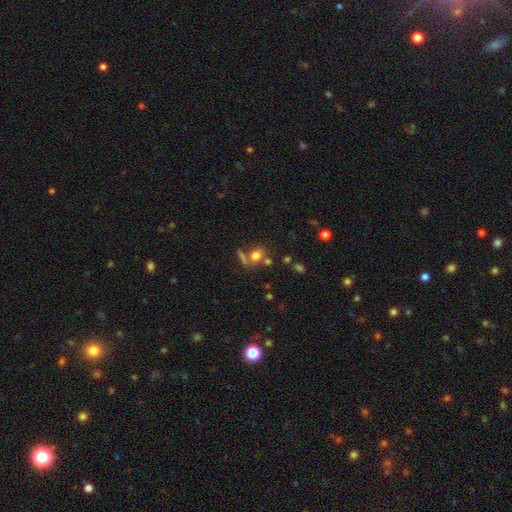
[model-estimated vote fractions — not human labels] smooth_or_featured: smooth (p=0.73) [alt: star or artifact p=0.14]
how_rounded: in between (p=0.49) [alt: round p=0.46]
merging: none (p=0.52) [alt: merger p=0.27]